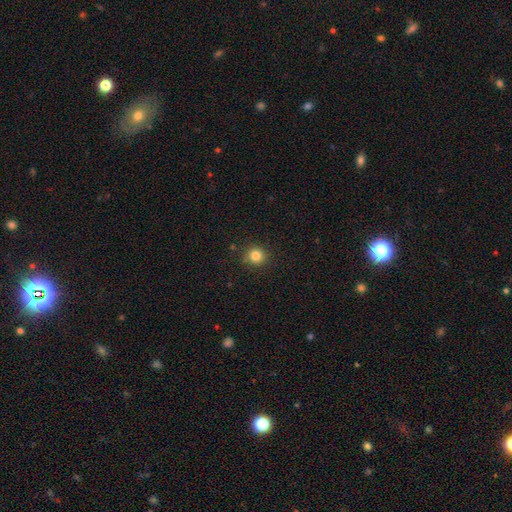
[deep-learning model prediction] Q: Smooth or featured?
A: smooth (83%); runner-up: star or artifact (12%)
Q: How rounded?
A: round (91%); runner-up: in between (8%)
Q: Merging?
A: none (89%); runner-up: minor disturbance (7%)